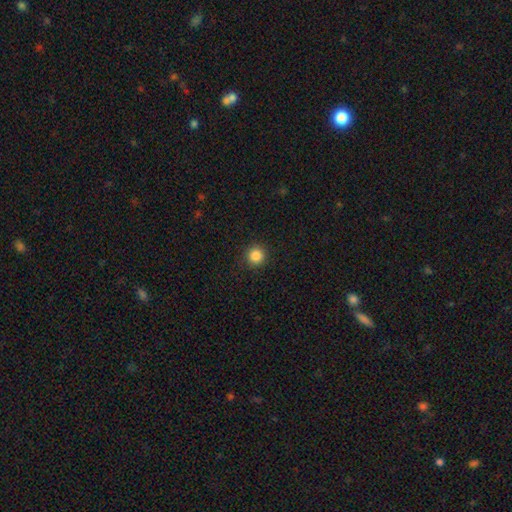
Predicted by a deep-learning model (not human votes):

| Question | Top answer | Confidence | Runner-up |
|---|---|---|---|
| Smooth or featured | smooth | 85% | star or artifact (11%) |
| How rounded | round | 95% | in between (4%) |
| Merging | none | 92% | minor disturbance (5%) |